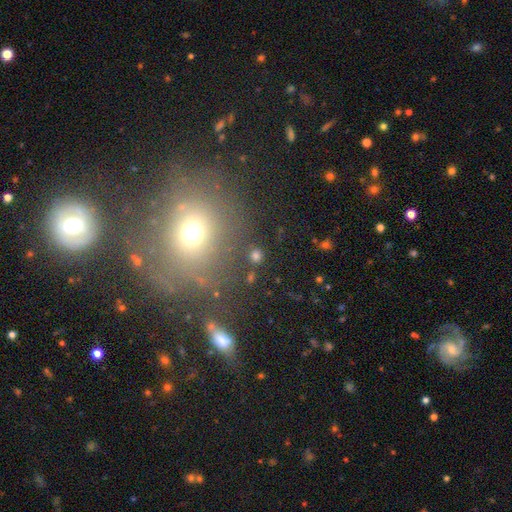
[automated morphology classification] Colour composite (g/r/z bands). It shows a smooth galaxy with no disk features (68%) that is round (83%). Merging: none (84%).